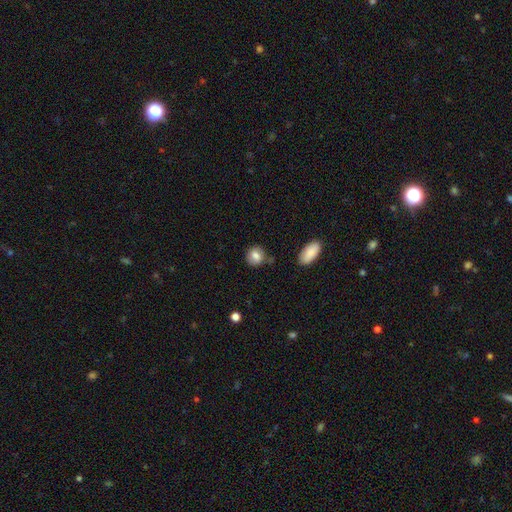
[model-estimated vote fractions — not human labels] smooth-or-featured: smooth: 82% | featured or disk: 10% | star or artifact: 8%
  how-rounded: round: 71% | in between: 28% | cigar-shaped: 1%
  merging: none: 75% | minor disturbance: 16% | merger: 5% | major disturbance: 4%